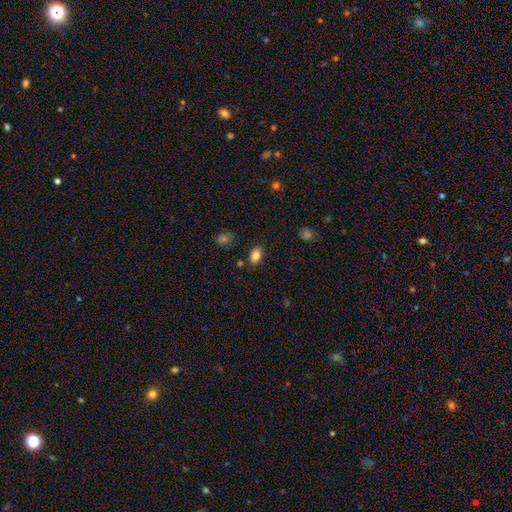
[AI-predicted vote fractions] smooth 84%, star or artifact 9%, featured or disk 7%. Down the decision tree: how rounded — in between (86%); merging — none (83%).